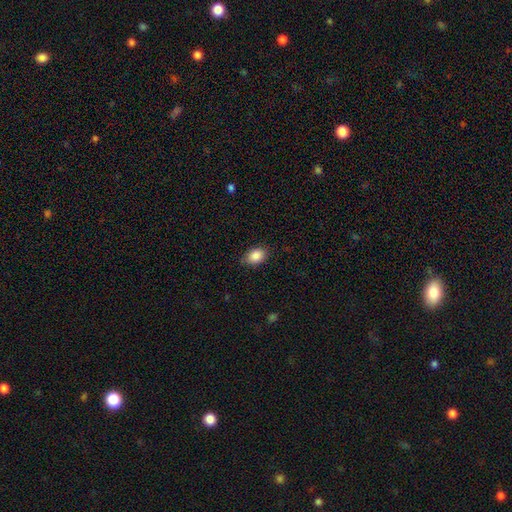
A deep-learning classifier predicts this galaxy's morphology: The model was most divided on "how rounded": in between: 80%, round: 19%, cigar-shaped: 1%. More confident: smooth or featured — smooth (88%); merging — none (81%).